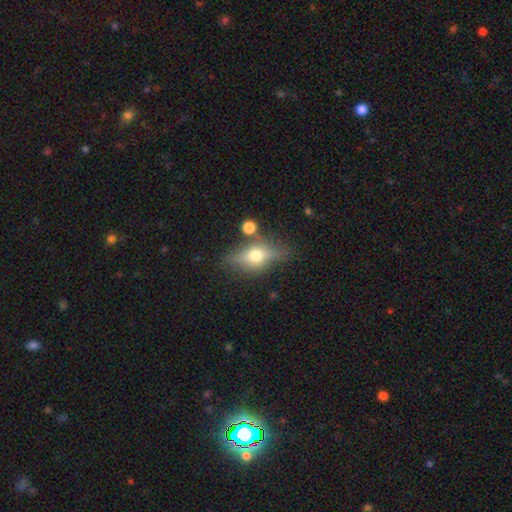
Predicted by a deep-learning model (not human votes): The model was most divided on "smooth or featured": featured or disk: 47%, smooth: 42%, star or artifact: 10%. More confident: merging — none (67%).